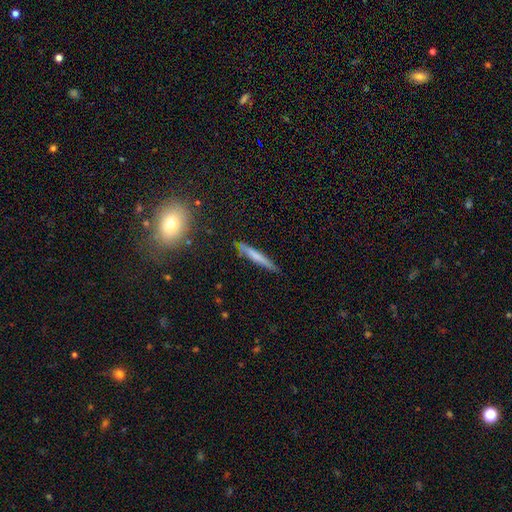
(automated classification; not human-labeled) Smooth or featured? Predicted: smooth (p=0.60). How rounded? Predicted: cigar-shaped (p=0.94). Merging? Predicted: none (p=0.82).